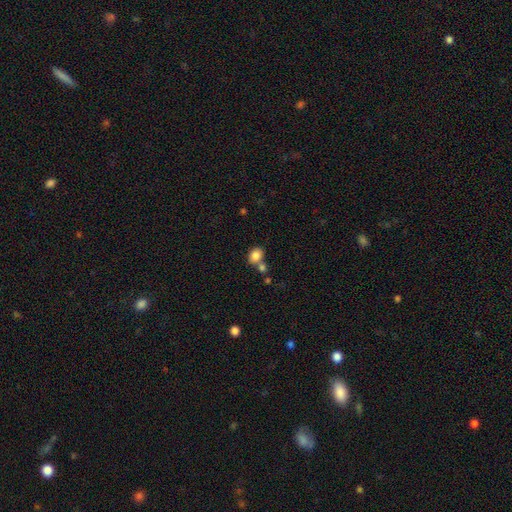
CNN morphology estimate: Q: Smooth or featured?
A: smooth (84%); runner-up: star or artifact (9%)
Q: How rounded?
A: in between (57%); runner-up: round (42%)
Q: Merging?
A: none (53%); runner-up: merger (31%)